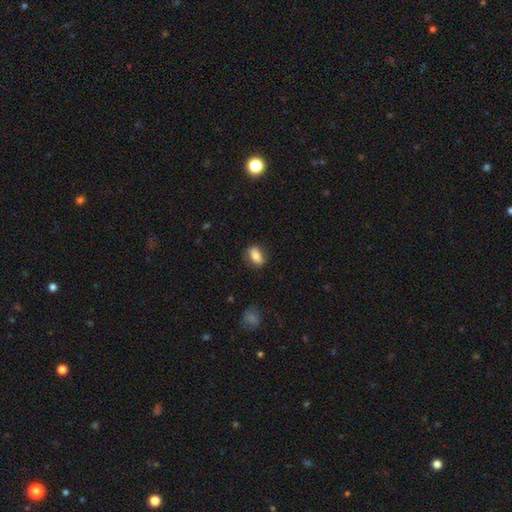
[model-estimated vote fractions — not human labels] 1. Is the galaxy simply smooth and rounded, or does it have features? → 74% smooth, 18% featured or disk, 8% star or artifact.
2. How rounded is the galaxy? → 78% in between, 12% cigar-shaped, 10% round.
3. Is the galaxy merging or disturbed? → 76% none, 17% minor disturbance, 5% major disturbance, 1% merger.